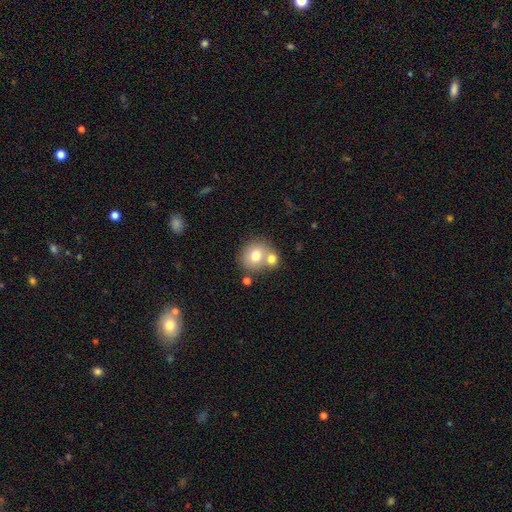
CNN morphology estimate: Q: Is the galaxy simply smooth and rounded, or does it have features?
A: smooth — 73%.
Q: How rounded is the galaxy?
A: round — 82%.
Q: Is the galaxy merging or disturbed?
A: none — 47%.